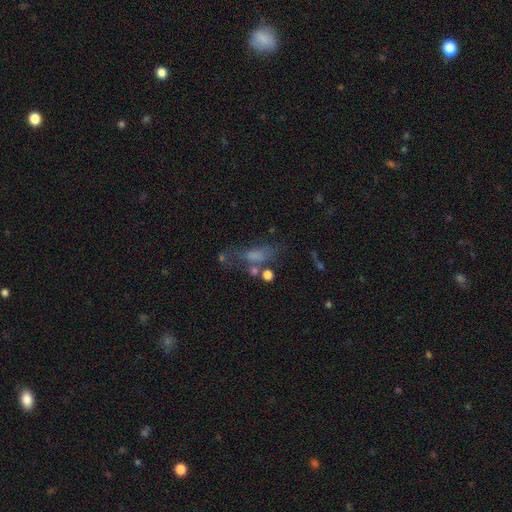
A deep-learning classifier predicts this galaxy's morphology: Smooth or featured? smooth (52%)
How rounded? in between (61%)
Merging? none (38%)